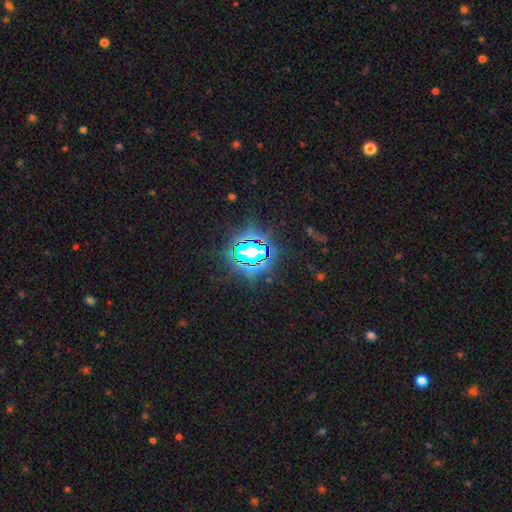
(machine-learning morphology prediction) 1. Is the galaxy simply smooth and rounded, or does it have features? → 83% star or artifact, 10% smooth, 7% featured or disk.